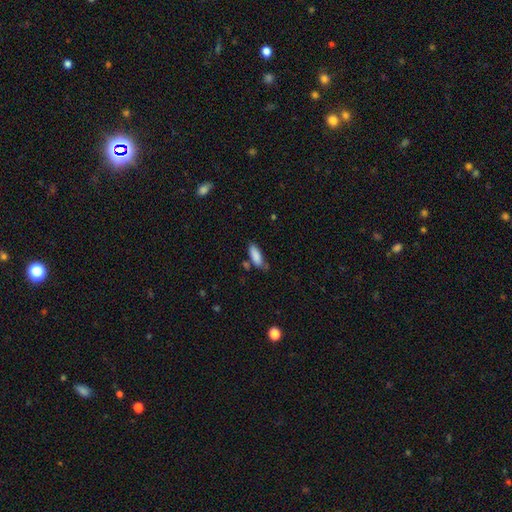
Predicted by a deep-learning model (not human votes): A smooth galaxy with no disk features (87%) that is in between round and cigar-shaped (68%). Merging: none (64%).